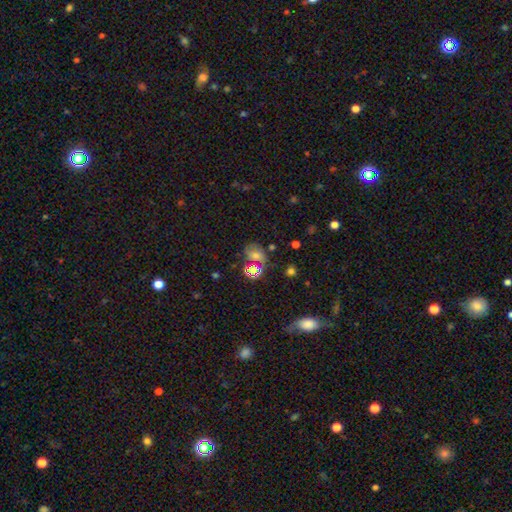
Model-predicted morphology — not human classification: Smooth or featured?
  - smooth: 47% *
  - star or artifact: 32%
  - featured or disk: 21%
Merging?
  - none: 65% *
  - minor disturbance: 19%
  - major disturbance: 9%
  - merger: 8%